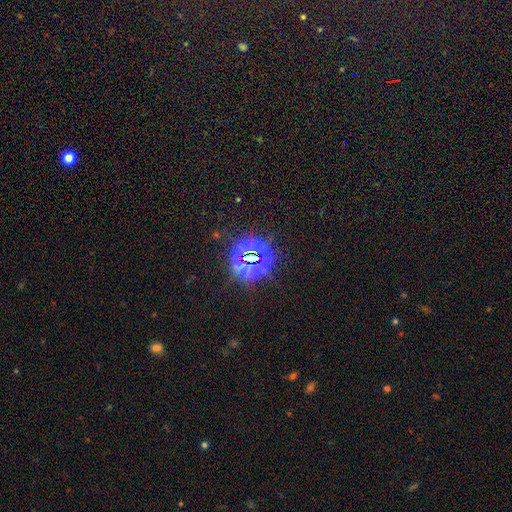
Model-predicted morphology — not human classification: Smooth or featured: star or artifact — 82% (smooth — 10%)